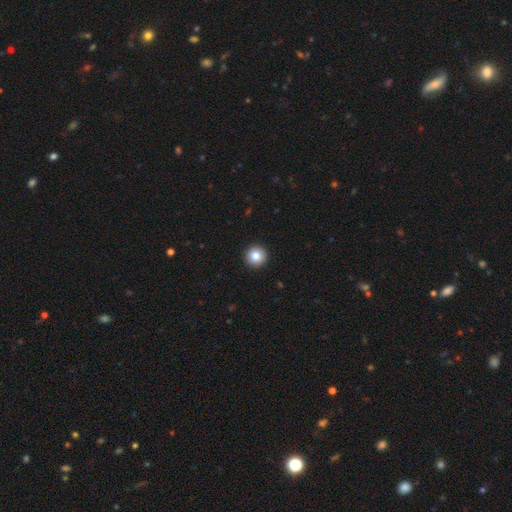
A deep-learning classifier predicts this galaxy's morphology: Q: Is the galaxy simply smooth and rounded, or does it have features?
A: smooth — 82%.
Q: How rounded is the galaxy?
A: round — 97%.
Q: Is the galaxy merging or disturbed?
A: none — 94%.